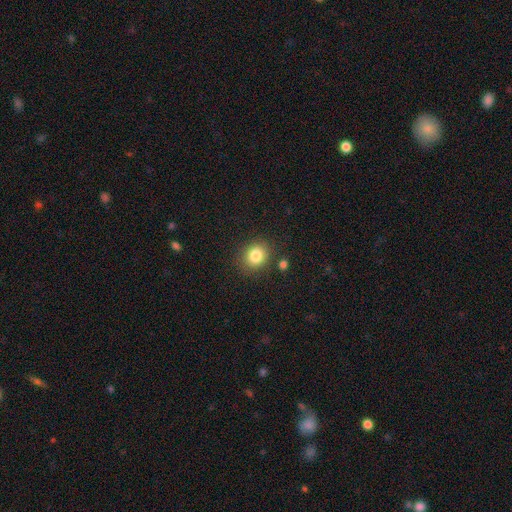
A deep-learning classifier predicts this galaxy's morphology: Smooth or featured: smooth — 83% (star or artifact — 10%)
How rounded: round — 72% (in between — 27%)
Merging: none — 82% (minor disturbance — 10%)